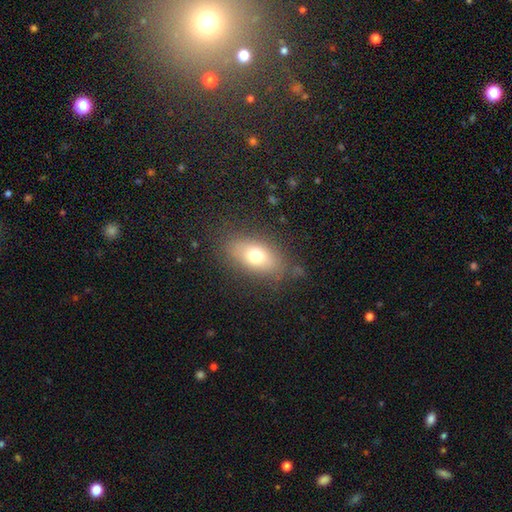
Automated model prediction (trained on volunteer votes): Smooth or featured?
  - smooth: 72% *
  - featured or disk: 18%
  - star or artifact: 9%
How rounded?
  - in between: 85% *
  - round: 9%
  - cigar-shaped: 6%
Merging?
  - none: 79% *
  - minor disturbance: 14%
  - major disturbance: 5%
  - merger: 2%